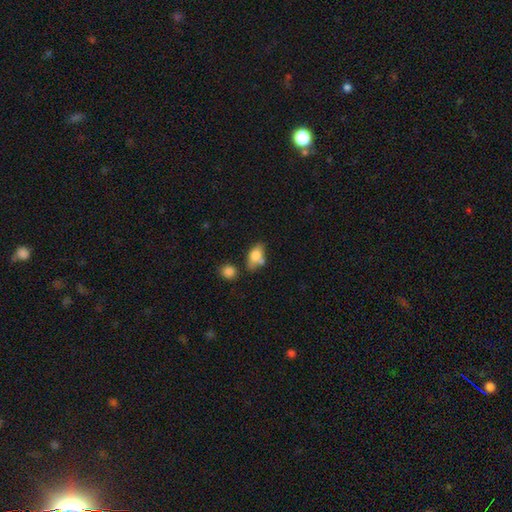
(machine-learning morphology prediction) A smooth galaxy with no disk features (74%) that is in between round and cigar-shaped (85%).

Vote fractions:
- Smooth or featured? smooth: 74% / featured or disk: 18% / star or artifact: 8%
- How rounded? in between: 85% / round: 9% / cigar-shaped: 6%
- Merging? none: 52% / merger: 22% / minor disturbance: 19% / major disturbance: 7%